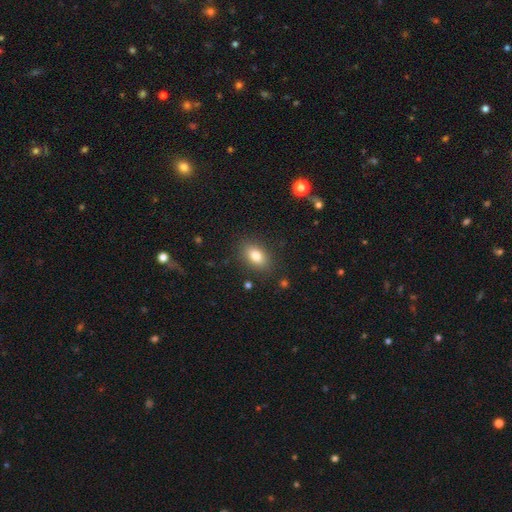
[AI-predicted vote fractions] smooth-or-featured: smooth: 79% | featured or disk: 11% | star or artifact: 9%
  how-rounded: in between: 84% | round: 13% | cigar-shaped: 2%
  merging: none: 86% | minor disturbance: 10% | major disturbance: 3% | merger: 1%